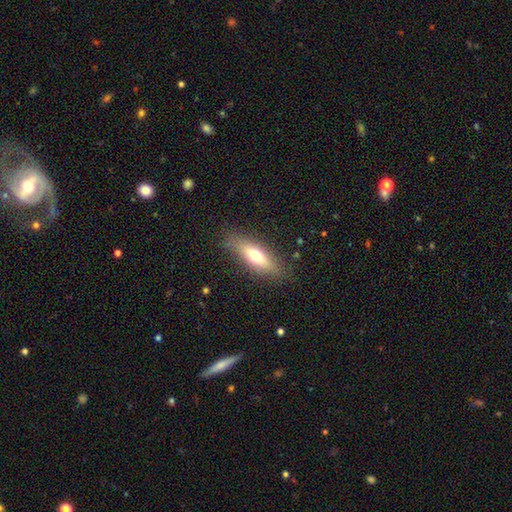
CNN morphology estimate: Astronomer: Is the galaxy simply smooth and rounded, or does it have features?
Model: smooth — 58% (runner-up: featured or disk, 35%).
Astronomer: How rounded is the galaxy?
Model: cigar-shaped — 52% (runner-up: in between, 45%).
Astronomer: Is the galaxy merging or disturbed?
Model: none — 84%.